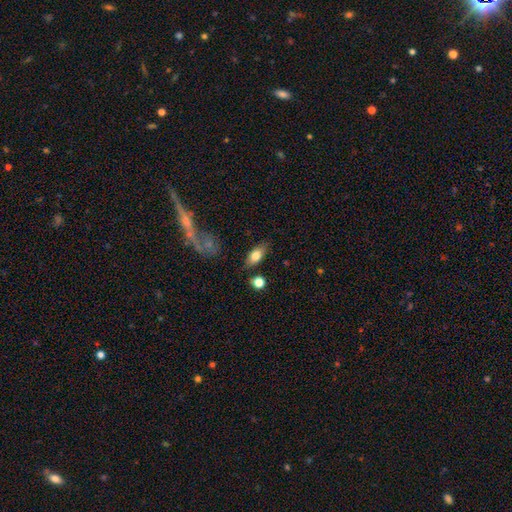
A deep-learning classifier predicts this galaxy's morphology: Q: Smooth or featured?
A: smooth (75%); runner-up: featured or disk (18%)
Q: How rounded?
A: in between (86%); runner-up: cigar-shaped (8%)
Q: Merging?
A: none (78%); runner-up: minor disturbance (13%)